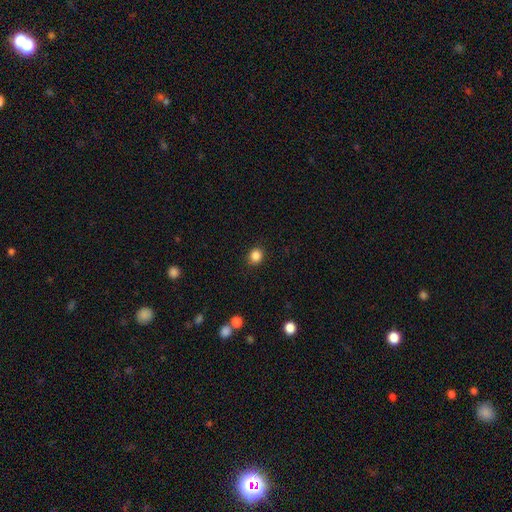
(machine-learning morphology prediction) The model was most divided on "how rounded": round: 77%, in between: 22%, cigar-shaped: 1%. More confident: merging — none (89%); smooth or featured — smooth (86%).